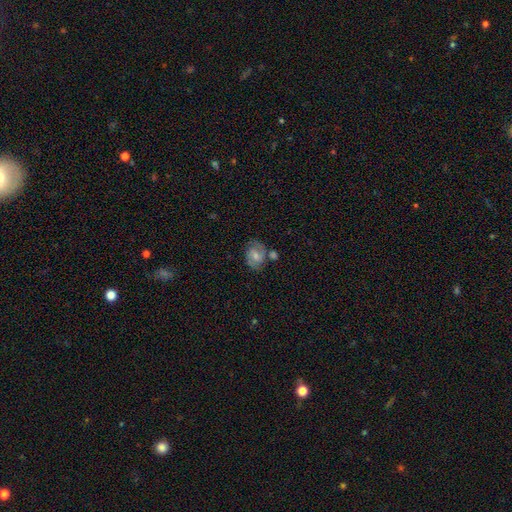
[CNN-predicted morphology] Overall: featured or disk (56%; smooth 36%). Edge-on disk: no (97%). Bar: weak (47%; no 40%). Spiral arms: yes (85%). Bulge size: moderate (49%; small 41%). Merging: none (60%).